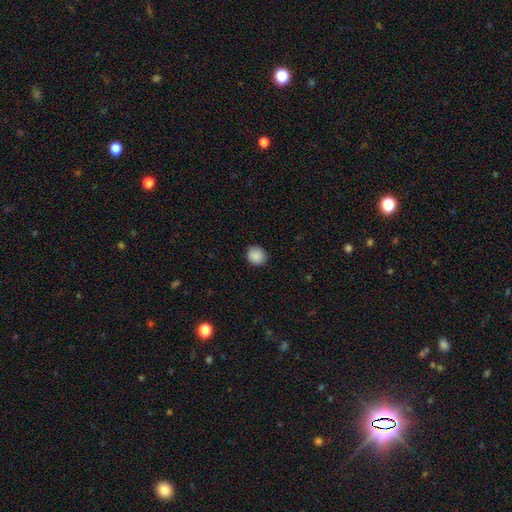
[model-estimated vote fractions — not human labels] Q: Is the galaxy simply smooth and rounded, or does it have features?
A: smooth — 88%.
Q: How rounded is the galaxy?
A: round — 86%.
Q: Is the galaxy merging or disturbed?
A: none — 89%.